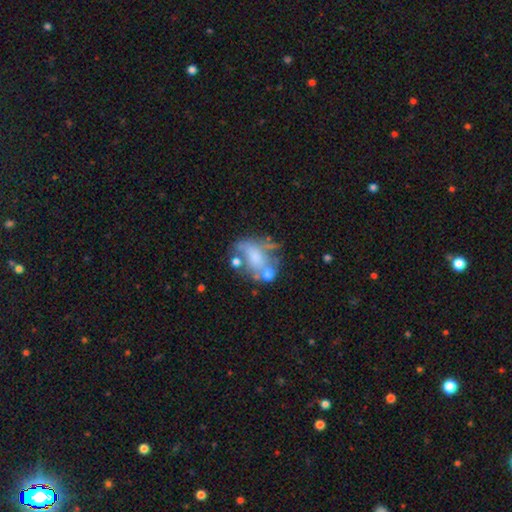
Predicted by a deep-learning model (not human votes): Smooth or featured? featured or disk (54%)
Edge-on disk? no (95%)
Bar? no (79%)
Spiral arms? no (75%)
Bulge size? none (33%)
Merging? none (30%)